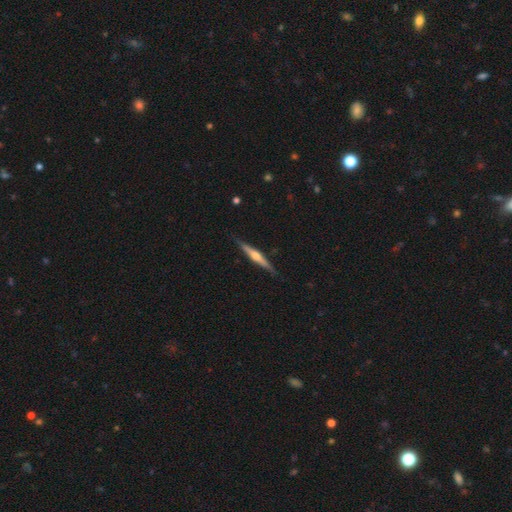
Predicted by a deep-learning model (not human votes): Smooth or featured? Predicted: featured or disk (p=0.70). Edge-on disk? Predicted: yes (p=0.98). Edge-on bulge? Predicted: rounded (p=0.87). Merging? Predicted: none (p=0.87).